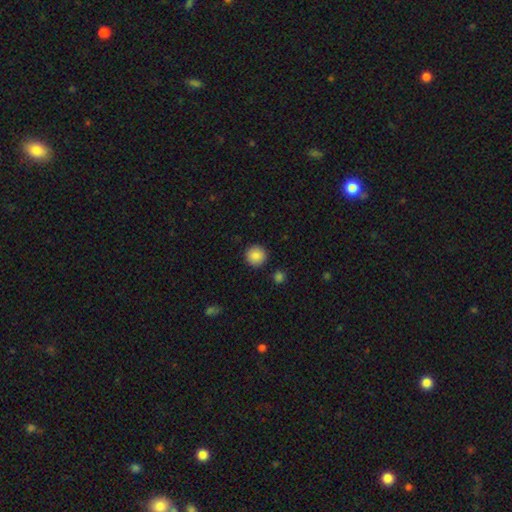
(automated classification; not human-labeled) smooth_or_featured: smooth (p=0.87) [alt: star or artifact p=0.08]
how_rounded: round (p=0.95) [alt: in between p=0.04]
merging: none (p=0.91) [alt: minor disturbance p=0.05]